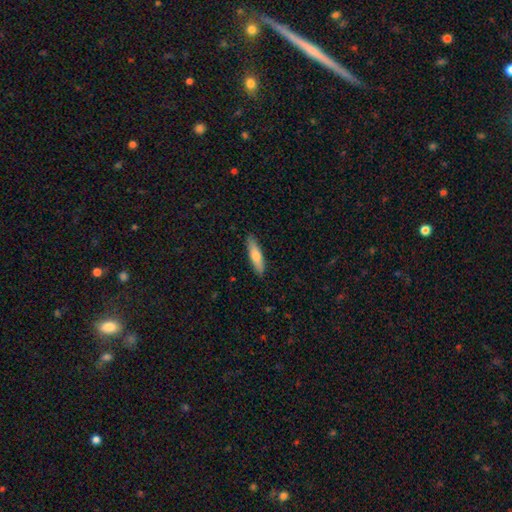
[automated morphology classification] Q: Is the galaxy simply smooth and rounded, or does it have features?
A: smooth — 67%.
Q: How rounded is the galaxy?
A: cigar-shaped — 76%.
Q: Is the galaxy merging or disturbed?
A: none — 90%.